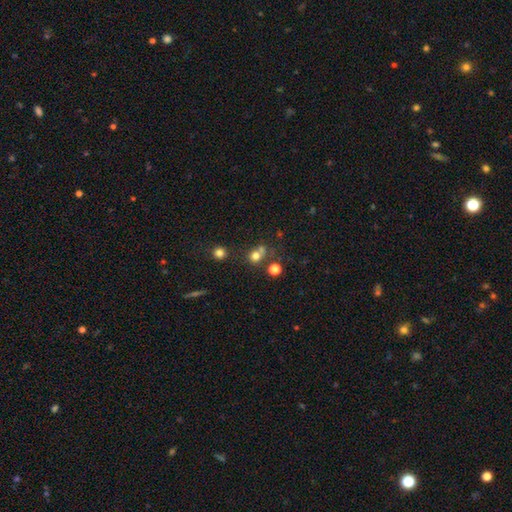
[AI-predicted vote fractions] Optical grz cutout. It shows a smooth galaxy with no disk features (72%) that is round (79%). Merging: none (50%).